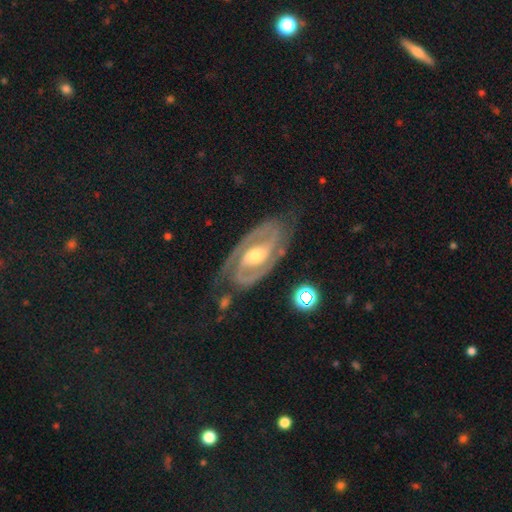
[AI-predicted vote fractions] smooth_or_featured: featured or disk (p=0.91) [alt: smooth p=0.05]
disk_edge_on: no (p=0.96) [alt: yes p=0.04]
bar: weak (p=0.38) [alt: no p=0.33]
has_spiral_arms: yes (p=0.97) [alt: no p=0.03]
spiral_winding: tight (p=0.48) [alt: medium p=0.44]
spiral_arm_count: 2 (p=0.90) [alt: can't tell p=0.03]
bulge_size: moderate (p=0.65) [alt: small p=0.28]
merging: none (p=0.73) [alt: minor disturbance p=0.18]